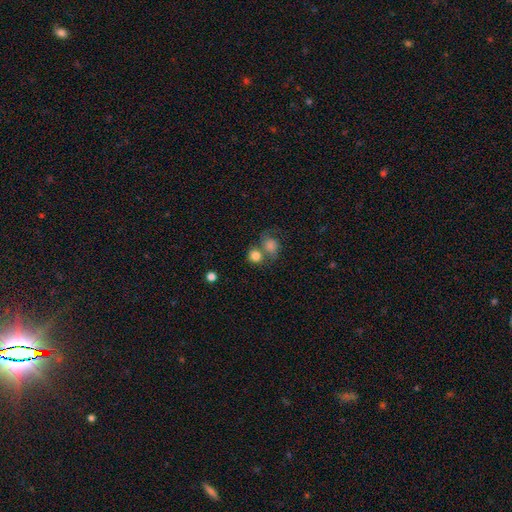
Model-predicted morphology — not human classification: Q: Smooth or featured?
A: smooth (81%); runner-up: featured or disk (10%)
Q: How rounded?
A: round (76%); runner-up: in between (23%)
Q: Merging?
A: merger (44%); runner-up: none (38%)